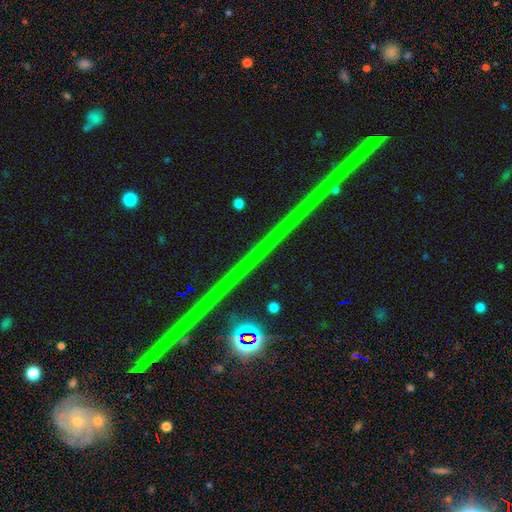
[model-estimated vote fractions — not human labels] smooth-or-featured: star or artifact: 85% | featured or disk: 11% | smooth: 5%